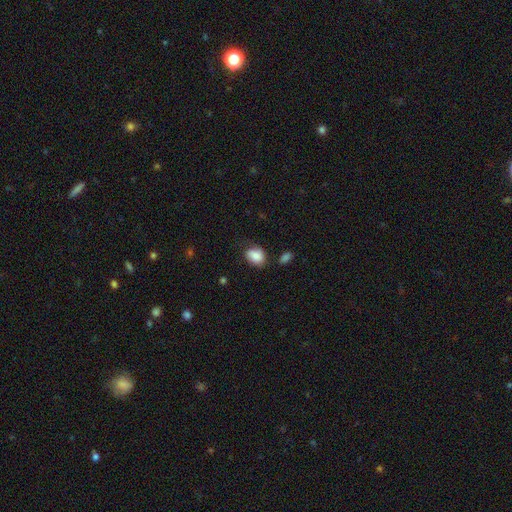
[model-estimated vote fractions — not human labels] This appears to be a smooth galaxy with no disk features (84%) that is in between round and cigar-shaped (65%). Merging: none (61%).